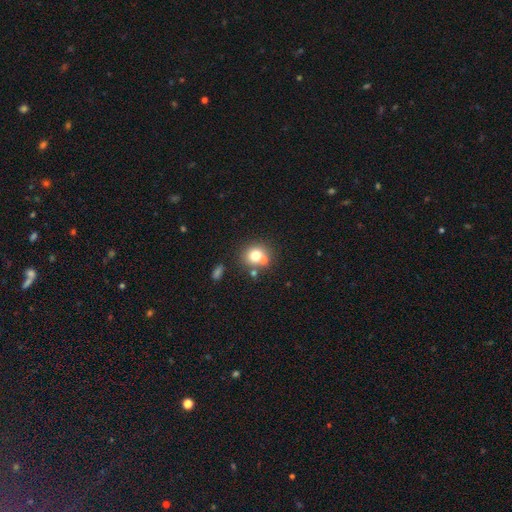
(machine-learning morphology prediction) Smooth or featured: smooth — 72% (featured or disk — 14%)
How rounded: round — 82% (in between — 17%)
Merging: none — 57% (merger — 30%)